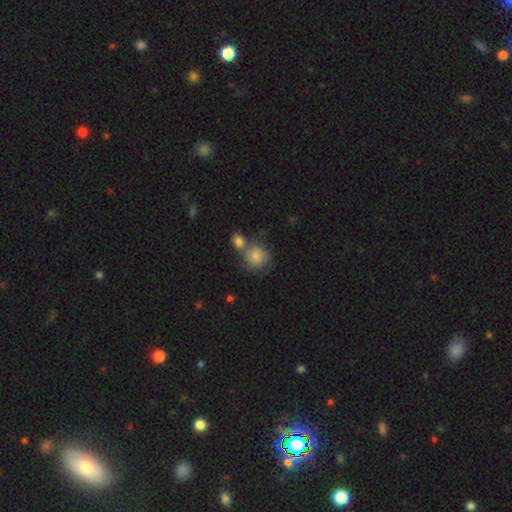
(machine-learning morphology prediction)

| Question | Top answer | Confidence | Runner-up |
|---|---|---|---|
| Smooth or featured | smooth | 79% | featured or disk (12%) |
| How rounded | round | 85% | in between (14%) |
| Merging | none | 44% | merger (38%) |